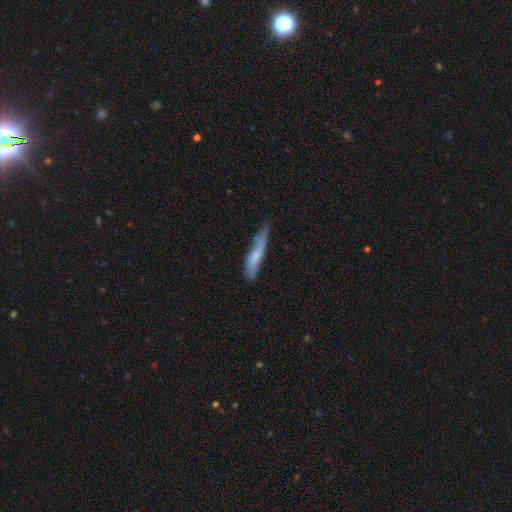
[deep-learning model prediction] This is likely a smooth galaxy (64%). How rounded: clearly cigar-shaped (88%). Merging: possibly none (54%).